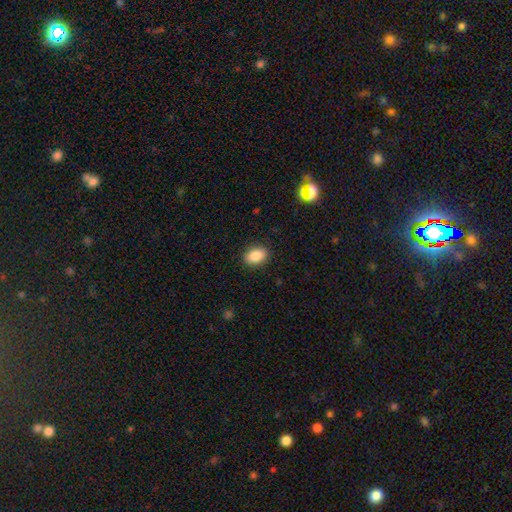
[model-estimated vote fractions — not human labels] A smooth galaxy with no disk features (86%) that is in between round and cigar-shaped (81%). Merging: none (89%).